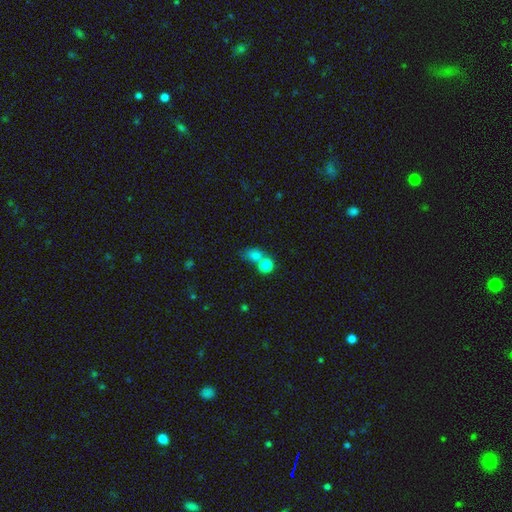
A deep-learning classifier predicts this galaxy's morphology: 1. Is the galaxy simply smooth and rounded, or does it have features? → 78% smooth, 14% star or artifact, 9% featured or disk.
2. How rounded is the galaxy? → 57% round, 41% in between, 2% cigar-shaped.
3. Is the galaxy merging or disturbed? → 43% merger, 40% none, 10% minor disturbance, 6% major disturbance.